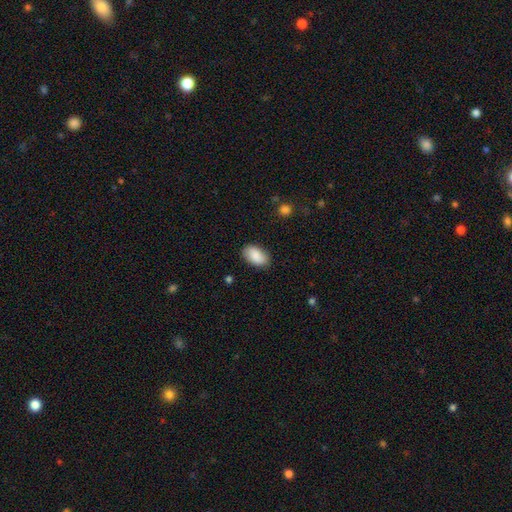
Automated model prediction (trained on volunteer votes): Overall: smooth (88%). How rounded: in between (94%). Merging: none (85%).